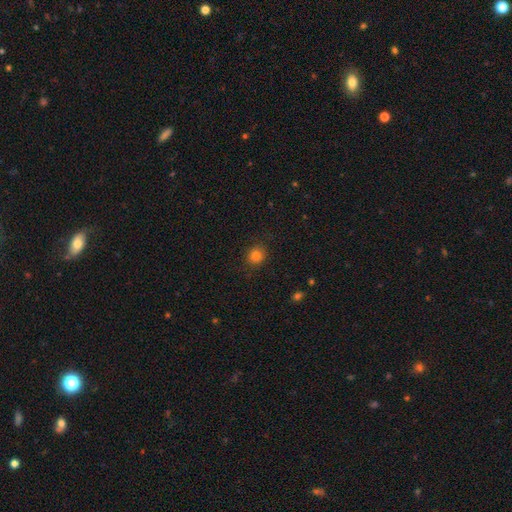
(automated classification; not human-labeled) Morphology: type=smooth (81%); roundness=round (80%); merging=none (86%).